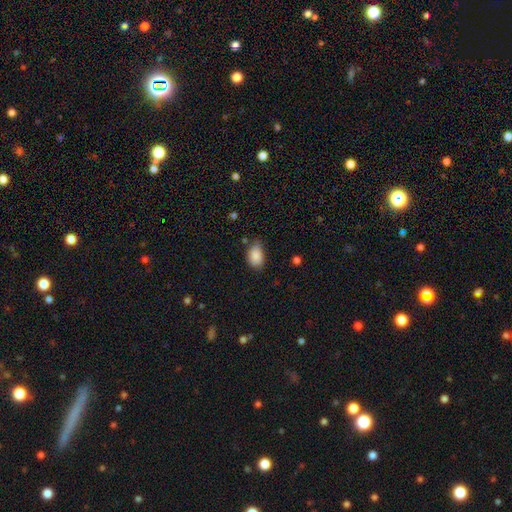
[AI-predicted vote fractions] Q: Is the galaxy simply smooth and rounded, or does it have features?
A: smooth — 87%.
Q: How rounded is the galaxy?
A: in between — 85%.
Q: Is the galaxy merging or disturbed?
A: none — 58%.